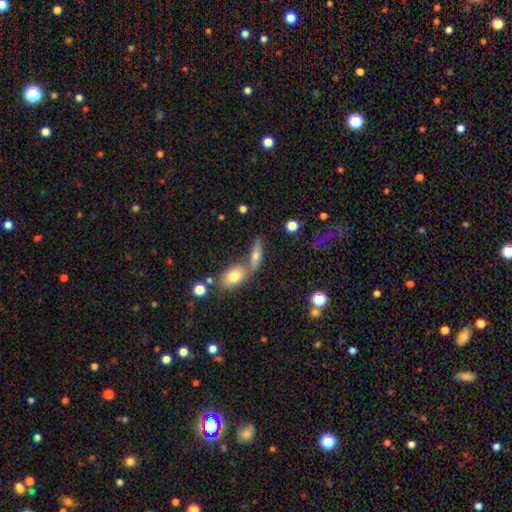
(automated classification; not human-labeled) This is likely a smooth galaxy (62%). How rounded: possibly in between (56%). Merging: marginally merger (44%).